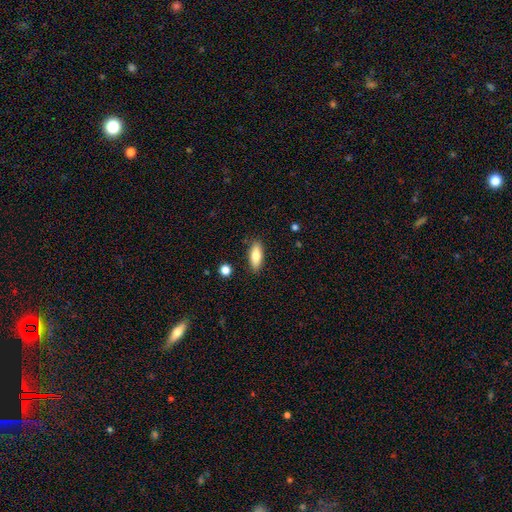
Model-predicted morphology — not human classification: Smooth or featured? Predicted: smooth (p=0.80). How rounded? Predicted: in between (p=0.71). Merging? Predicted: none (p=0.87).